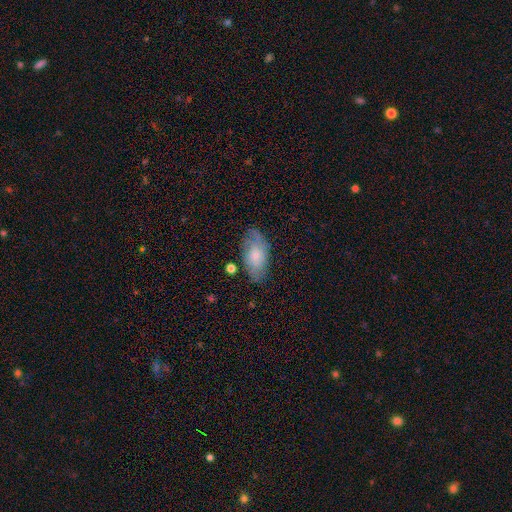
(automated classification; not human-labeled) smooth-or-featured: smooth: 55% | featured or disk: 38% | star or artifact: 7%
  how-rounded: in between: 92% | round: 4% | cigar-shaped: 4%
  merging: none: 71% | minor disturbance: 21% | major disturbance: 6% | merger: 3%